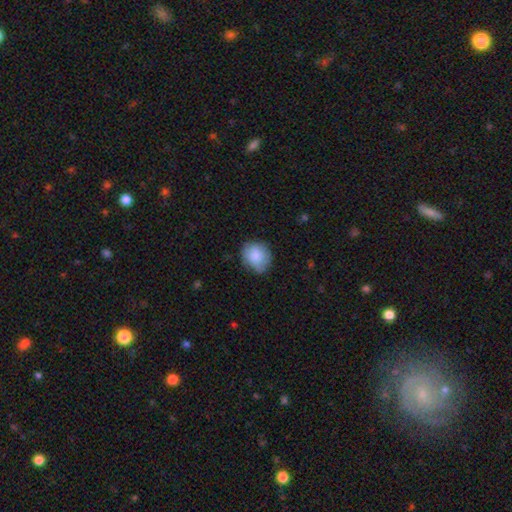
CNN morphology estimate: This appears to be a smooth galaxy with no disk features (83%) that is round (74%). Merging: none (73%).